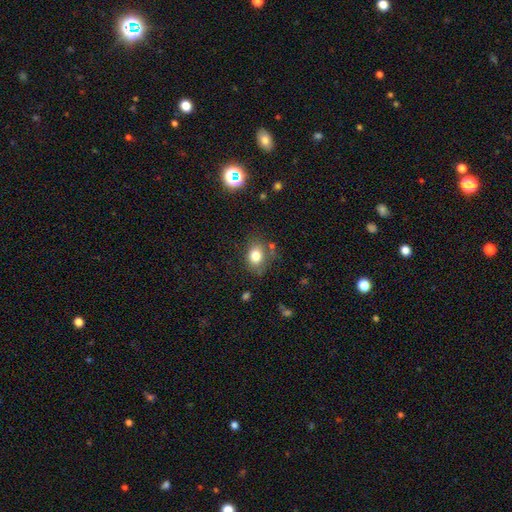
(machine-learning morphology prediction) This is likely a smooth galaxy (80%). How rounded: likely in between (61%). Merging: likely none (68%).